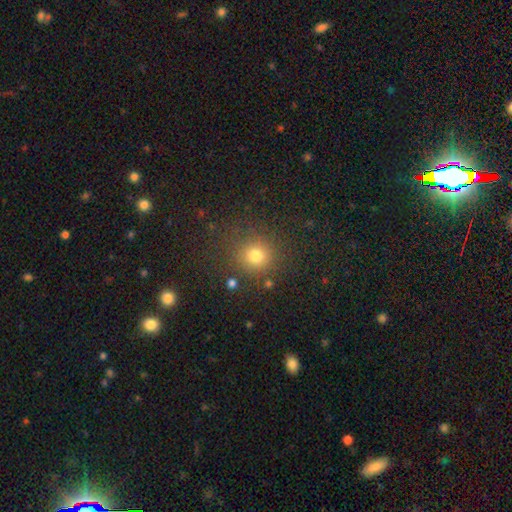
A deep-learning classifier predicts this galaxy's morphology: Smooth or featured? Predicted: smooth (p=0.76). How rounded? Predicted: round (p=0.91). Merging? Predicted: none (p=0.83).